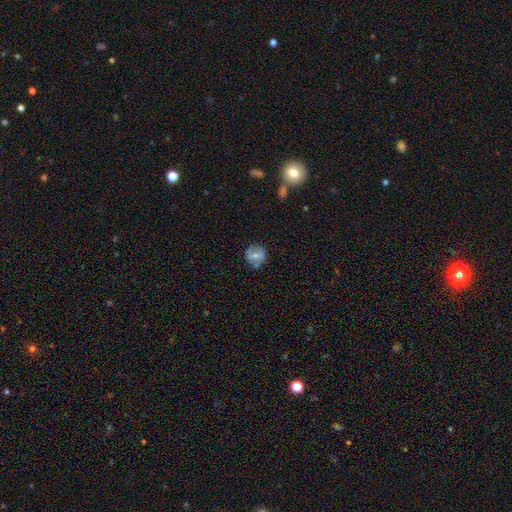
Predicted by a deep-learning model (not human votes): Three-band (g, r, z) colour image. It shows a featured or disk galaxy (49%). Merging: none (75%).